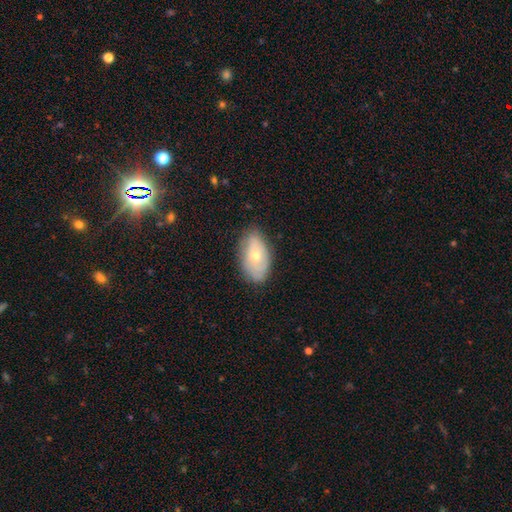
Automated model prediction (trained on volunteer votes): A smooth galaxy with no disk features (53%) that is in between round and cigar-shaped (91%).

Vote fractions:
- Smooth or featured? smooth: 53% / featured or disk: 40% / star or artifact: 8%
- How rounded? in between: 91% / round: 7% / cigar-shaped: 3%
- Merging? none: 76% / minor disturbance: 19% / major disturbance: 4% / merger: 1%